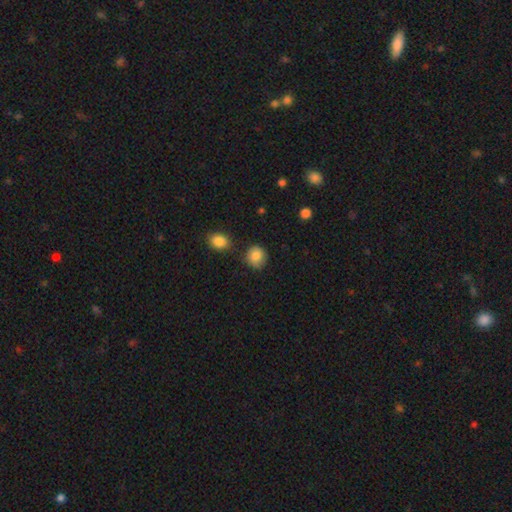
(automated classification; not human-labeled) Smooth or featured: smooth — 83% (star or artifact — 9%)
How rounded: round — 85% (in between — 14%)
Merging: none — 76% (minor disturbance — 16%)